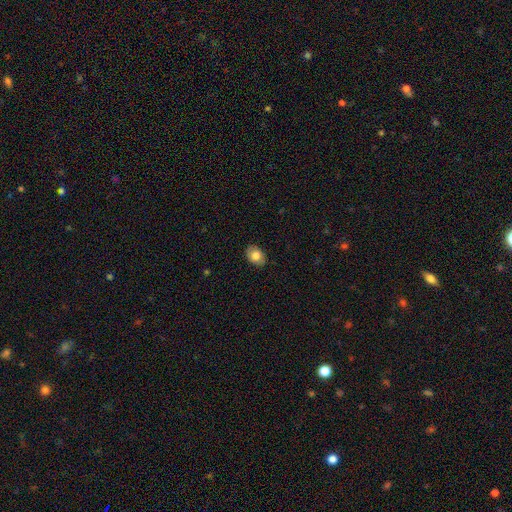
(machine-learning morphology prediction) Overall: smooth (80%). How rounded: in between (74%). Merging: none (87%).